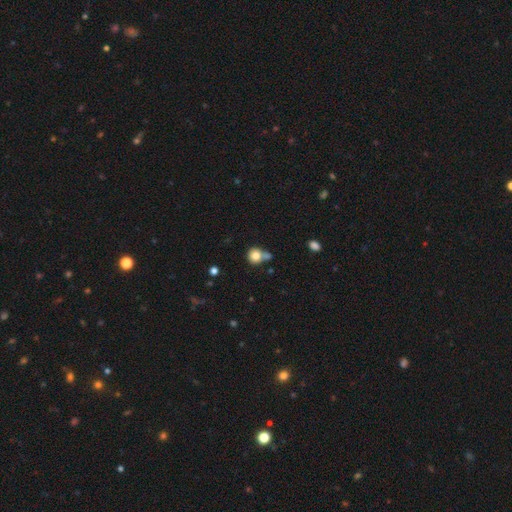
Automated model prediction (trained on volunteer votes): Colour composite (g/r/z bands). It shows a smooth galaxy with no disk features (80%) that is round (87%). Merging: none (53%).